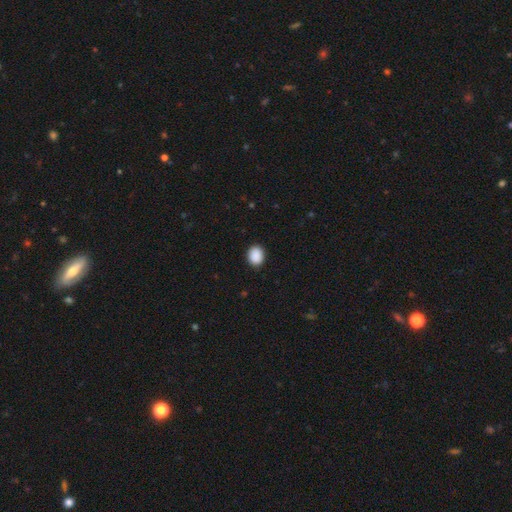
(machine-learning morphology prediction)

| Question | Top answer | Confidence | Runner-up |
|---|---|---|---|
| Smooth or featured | smooth | 90% | star or artifact (8%) |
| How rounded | in between | 50% | round (49%) |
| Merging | none | 89% | minor disturbance (8%) |